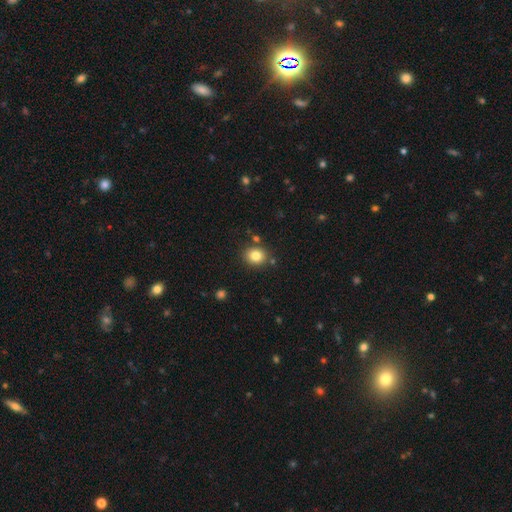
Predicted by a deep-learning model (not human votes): Q: Smooth or featured?
A: smooth (82%); runner-up: star or artifact (11%)
Q: How rounded?
A: round (74%); runner-up: in between (25%)
Q: Merging?
A: none (84%); runner-up: minor disturbance (9%)